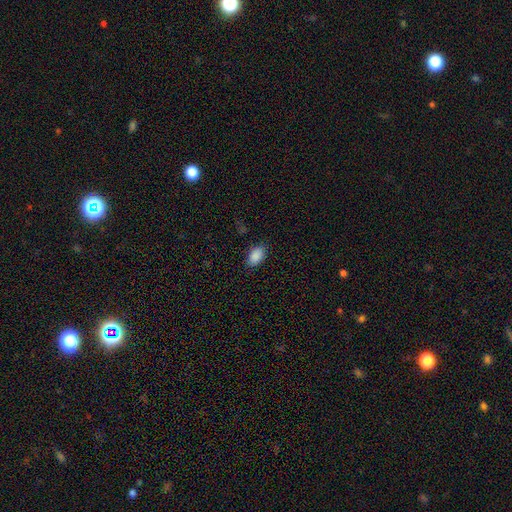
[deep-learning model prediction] This is clearly a smooth galaxy (89%). How rounded: clearly in between (91%). Merging: clearly none (84%).